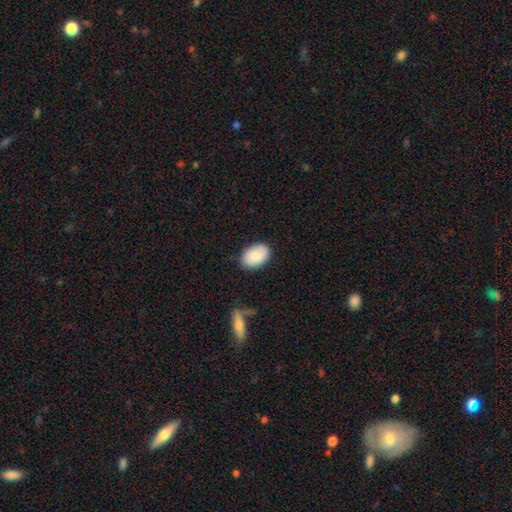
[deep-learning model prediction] A smooth galaxy with no disk features (83%) that is in between round and cigar-shaped (86%).

Vote fractions:
- Smooth or featured? smooth: 83% / featured or disk: 11% / star or artifact: 7%
- How rounded? in between: 86% / round: 13% / cigar-shaped: 1%
- Merging? none: 82% / minor disturbance: 14% / major disturbance: 3% / merger: 2%